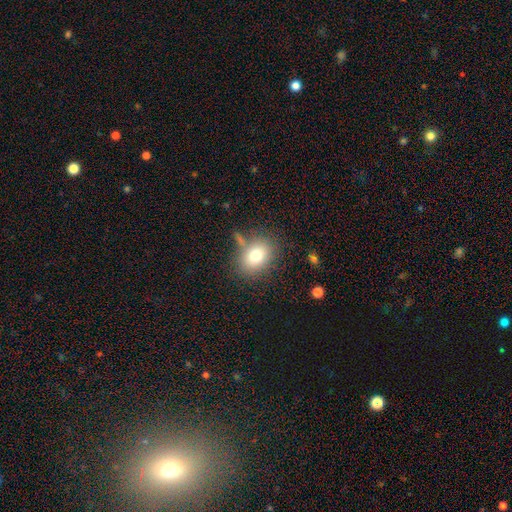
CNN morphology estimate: smooth 75%, featured or disk 14%, star or artifact 11%. Down the decision tree: how rounded — in between (59%); merging — none (70%).